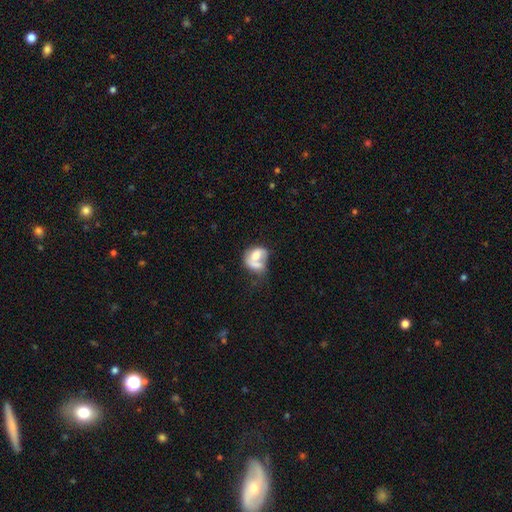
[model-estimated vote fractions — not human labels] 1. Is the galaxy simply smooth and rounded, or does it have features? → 56% smooth, 36% featured or disk, 8% star or artifact.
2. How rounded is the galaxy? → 62% in between, 37% round, 1% cigar-shaped.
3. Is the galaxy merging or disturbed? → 45% merger, 20% none, 19% major disturbance, 16% minor disturbance.